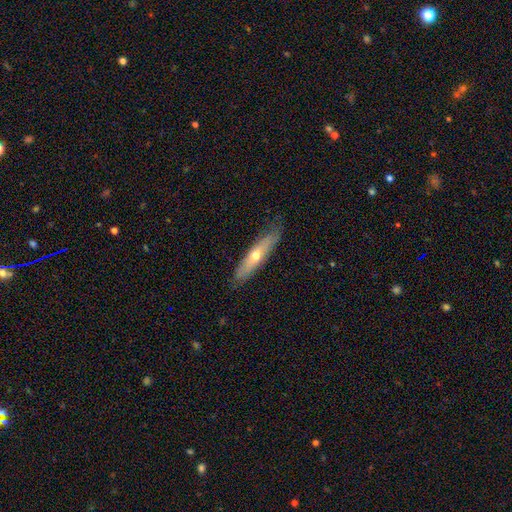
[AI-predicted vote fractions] Smooth or featured? Predicted: featured or disk (p=0.47, tied with smooth). Merging? Predicted: none (p=0.81).